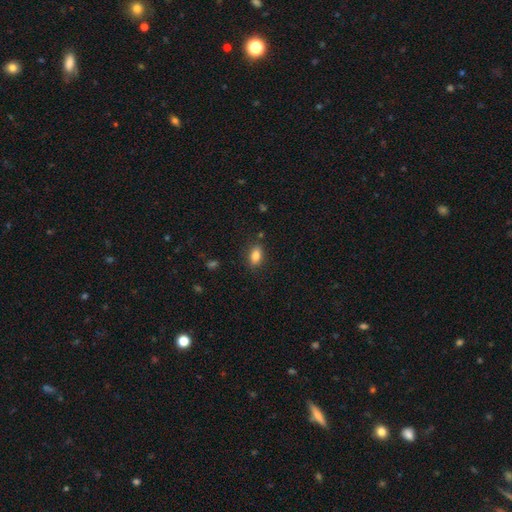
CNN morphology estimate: A smooth galaxy with no disk features (84%) that is in between round and cigar-shaped (86%).

Vote fractions:
- Smooth or featured? smooth: 84% / star or artifact: 9% / featured or disk: 7%
- How rounded? in between: 86% / round: 9% / cigar-shaped: 5%
- Merging? none: 84% / minor disturbance: 11% / major disturbance: 3% / merger: 2%